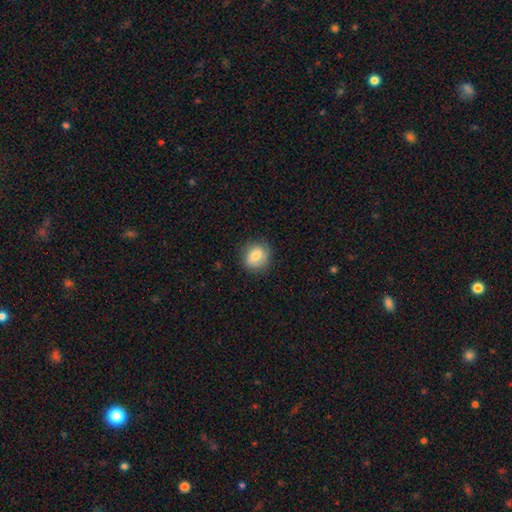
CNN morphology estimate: This appears to be a smooth galaxy with no disk features (73%) that is round (77%). Merging: none (79%).